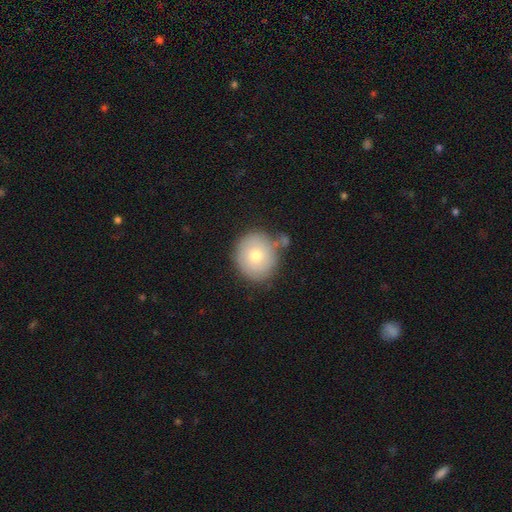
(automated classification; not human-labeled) Smooth or featured? Predicted: smooth (p=0.68). How rounded? Predicted: round (p=0.86). Merging? Predicted: none (p=0.71).